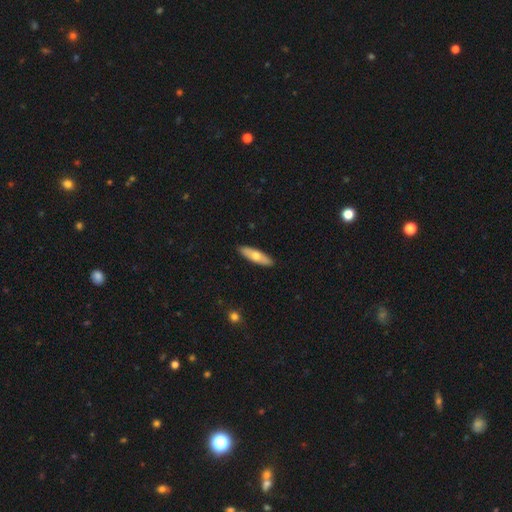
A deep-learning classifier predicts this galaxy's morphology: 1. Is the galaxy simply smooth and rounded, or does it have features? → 61% smooth, 34% featured or disk, 5% star or artifact.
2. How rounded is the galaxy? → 58% cigar-shaped, 39% in between, 2% round.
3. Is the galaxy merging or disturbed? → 91% none, 7% minor disturbance, 1% major disturbance, 1% merger.